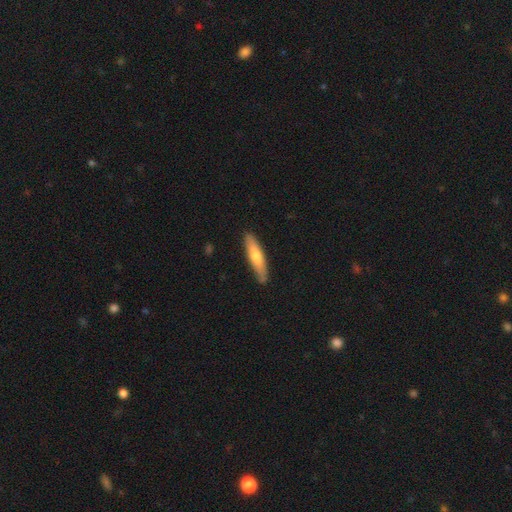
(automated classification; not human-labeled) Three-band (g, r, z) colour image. It shows a smooth galaxy with no disk features (63%) that is cigar-shaped (85%). Merging: none (86%).